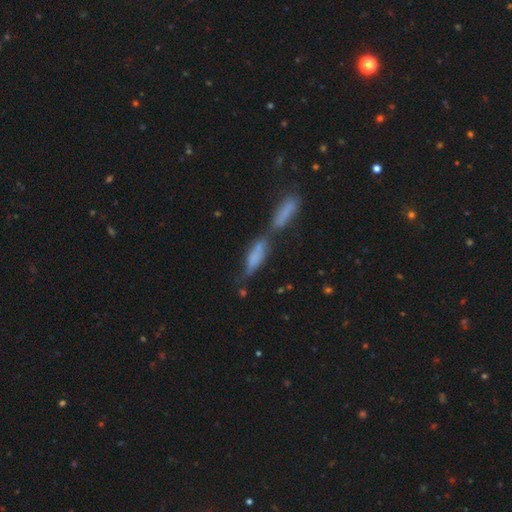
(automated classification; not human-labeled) Q: Smooth or featured?
A: smooth (61%); runner-up: featured or disk (28%)
Q: How rounded?
A: cigar-shaped (60%); runner-up: in between (37%)
Q: Merging?
A: merger (65%); runner-up: none (20%)